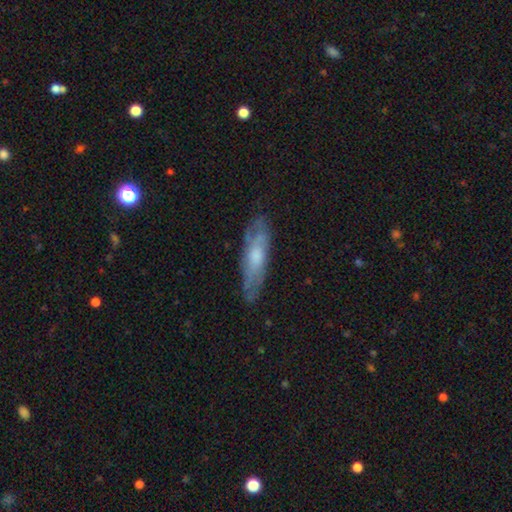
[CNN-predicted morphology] This appears to be a featured or disk galaxy (53%). Merging: none (71%).